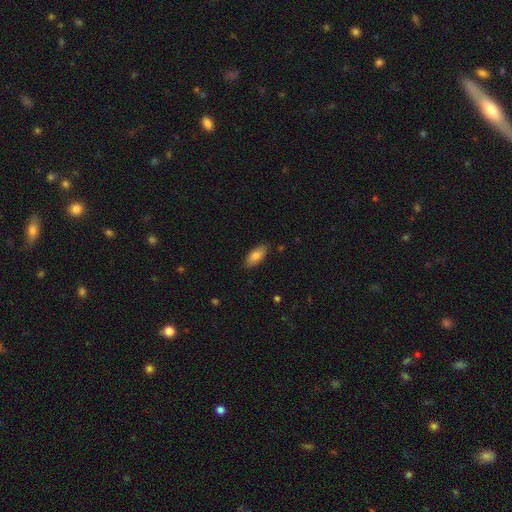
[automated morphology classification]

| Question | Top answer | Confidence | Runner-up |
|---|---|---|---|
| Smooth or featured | smooth | 79% | featured or disk (14%) |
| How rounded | in between | 86% | cigar-shaped (12%) |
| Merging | none | 86% | minor disturbance (11%) |